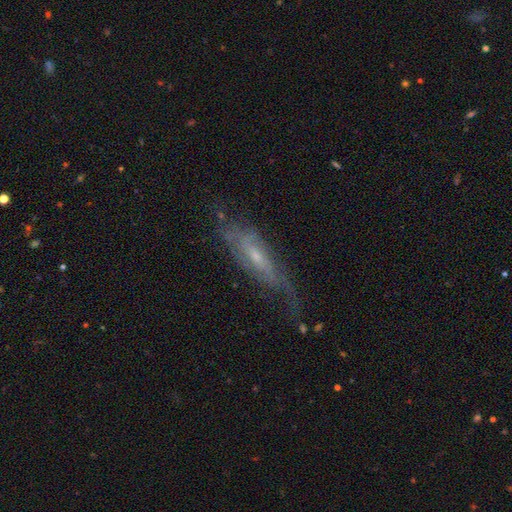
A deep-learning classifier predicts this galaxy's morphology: This appears to be a featured or disk galaxy (71%). Merging: none (55%).